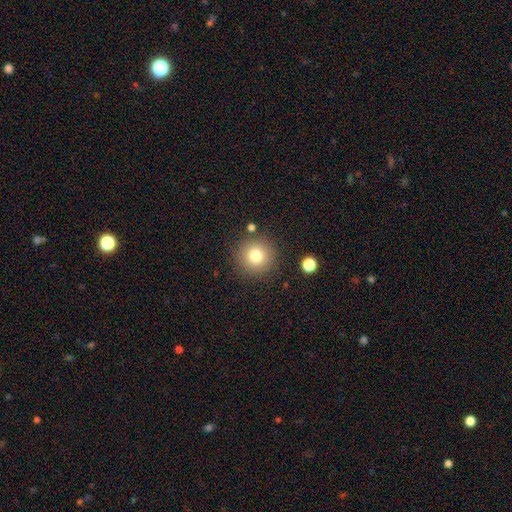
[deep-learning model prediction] A smooth galaxy with no disk features (78%) that is round (94%).

Vote fractions:
- Smooth or featured? smooth: 78% / star or artifact: 12% / featured or disk: 10%
- How rounded? round: 94% / in between: 5% / cigar-shaped: 1%
- Merging? none: 86% / minor disturbance: 8% / merger: 3% / major disturbance: 3%